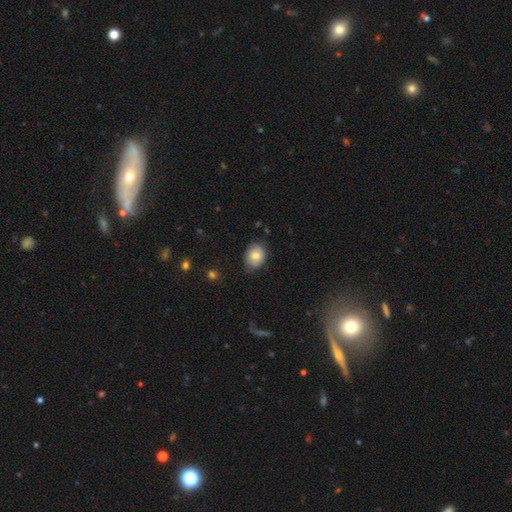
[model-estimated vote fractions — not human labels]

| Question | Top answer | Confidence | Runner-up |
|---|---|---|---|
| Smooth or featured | smooth | 77% | featured or disk (15%) |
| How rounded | in between | 54% | round (45%) |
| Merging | none | 67% | minor disturbance (27%) |